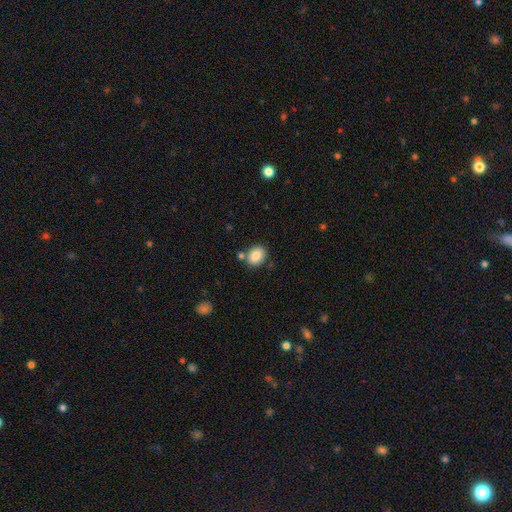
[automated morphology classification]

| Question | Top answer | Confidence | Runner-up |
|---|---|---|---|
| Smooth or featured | smooth | 84% | star or artifact (8%) |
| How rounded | in between | 59% | round (40%) |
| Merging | none | 75% | minor disturbance (12%) |